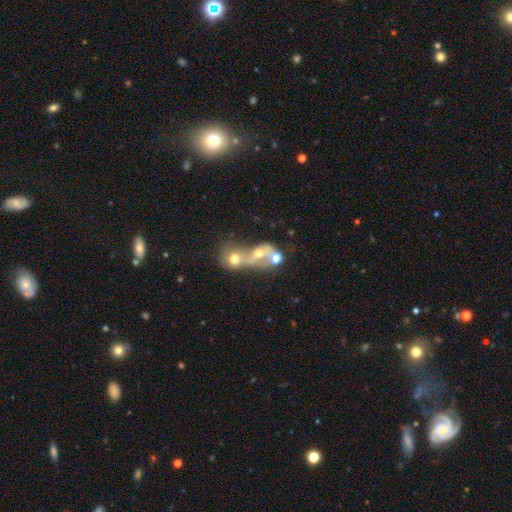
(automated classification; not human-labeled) Smooth or featured? Predicted: smooth (p=0.41). Merging? Predicted: merger (p=0.64).